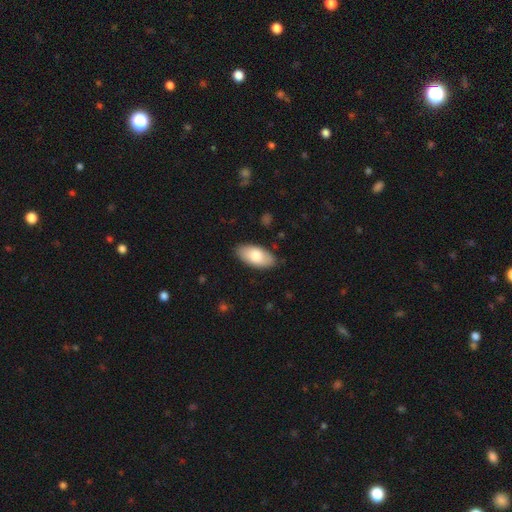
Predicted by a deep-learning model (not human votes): Smooth or featured: smooth — 78% (featured or disk — 16%)
How rounded: in between — 94% (cigar-shaped — 4%)
Merging: none — 86% (minor disturbance — 11%)